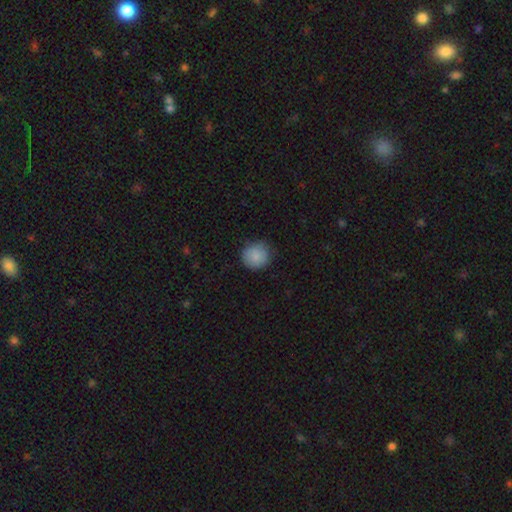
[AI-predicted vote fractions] The model was most divided on "merging": none: 82%, minor disturbance: 15%, major disturbance: 3%, merger: 1%. More confident: how rounded — round (91%); smooth or featured — smooth (87%).